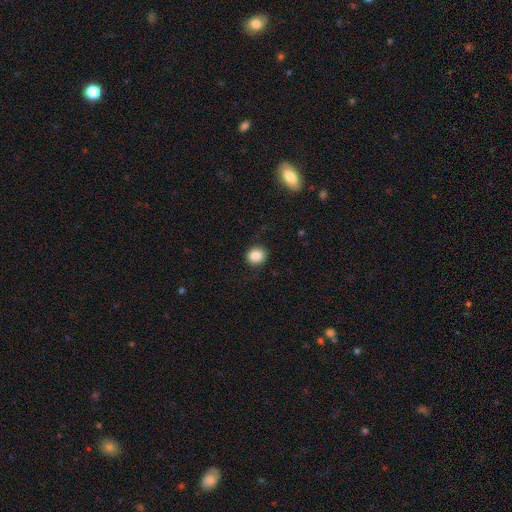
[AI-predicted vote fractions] smooth 87%, star or artifact 9%, featured or disk 4%. Down the decision tree: how rounded — round (81%); merging — none (85%).